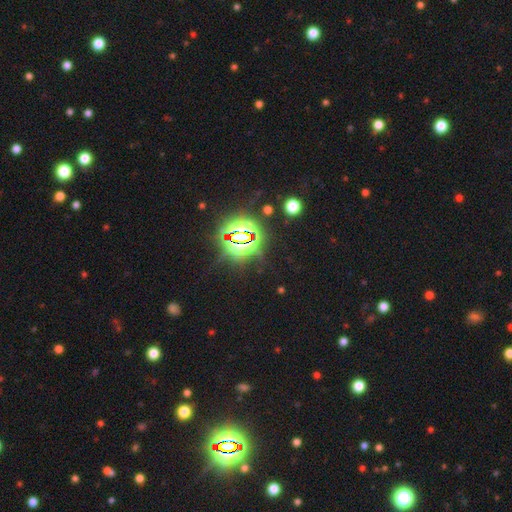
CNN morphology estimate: The model was most divided on "smooth or featured": star or artifact: 78%, smooth: 15%, featured or disk: 7%.